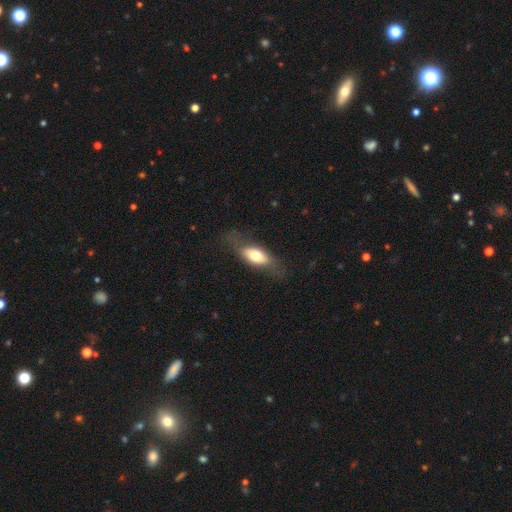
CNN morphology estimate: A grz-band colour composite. It shows a smooth galaxy with no disk features (61%) that is in between round and cigar-shaped (75%). Merging: none (67%).